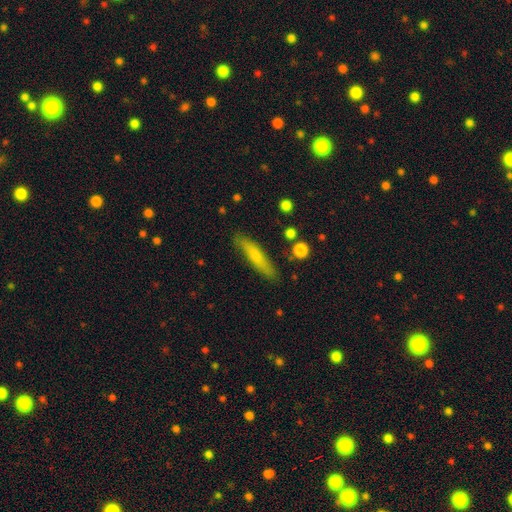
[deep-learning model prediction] This appears to be a smooth galaxy with no disk features (70%) that is cigar-shaped (86%). Merging: none (84%).